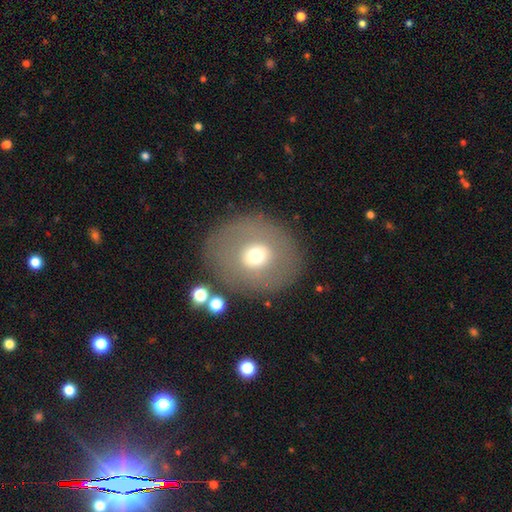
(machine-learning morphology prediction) Smooth or featured? Predicted: smooth (p=0.55). How rounded? Predicted: round (p=0.66). Merging? Predicted: none (p=0.80).